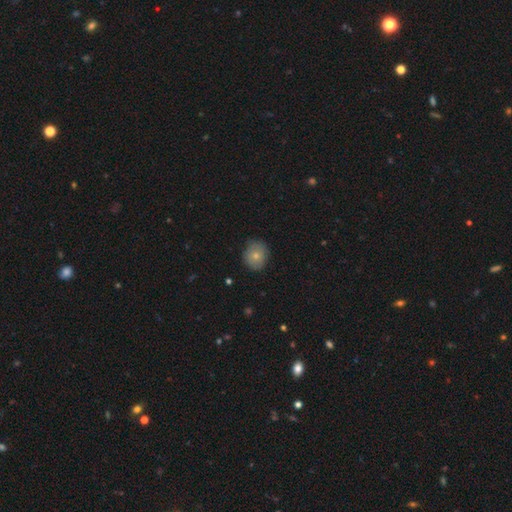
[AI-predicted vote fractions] smooth-or-featured: smooth: 75% | featured or disk: 16% | star or artifact: 9%
  how-rounded: round: 73% | in between: 26% | cigar-shaped: 1%
  merging: none: 80% | minor disturbance: 16% | major disturbance: 3% | merger: 1%